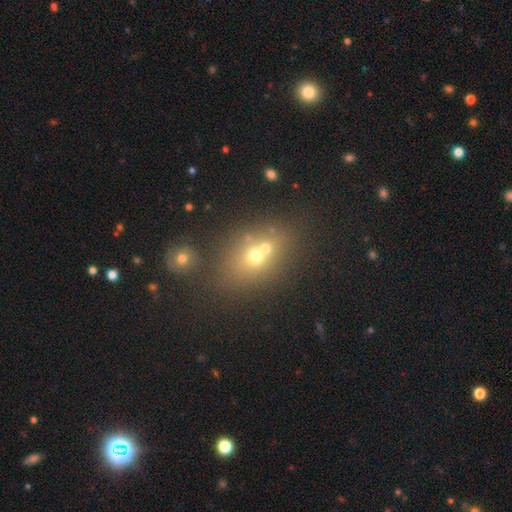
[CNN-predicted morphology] A smooth galaxy with no disk features (60%) that is round (52%).

Vote fractions:
- Smooth or featured? smooth: 60% / featured or disk: 21% / star or artifact: 19%
- How rounded? round: 52% / in between: 46% / cigar-shaped: 2%
- Merging? none: 44% / merger: 42% / minor disturbance: 9% / major disturbance: 5%